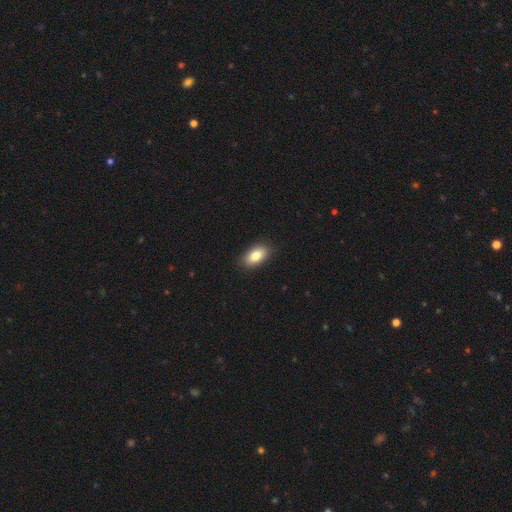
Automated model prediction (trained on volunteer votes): smooth-or-featured: smooth: 83% | featured or disk: 10% | star or artifact: 7%
  how-rounded: in between: 92% | round: 5% | cigar-shaped: 3%
  merging: none: 89% | minor disturbance: 8% | major disturbance: 2% | merger: 1%